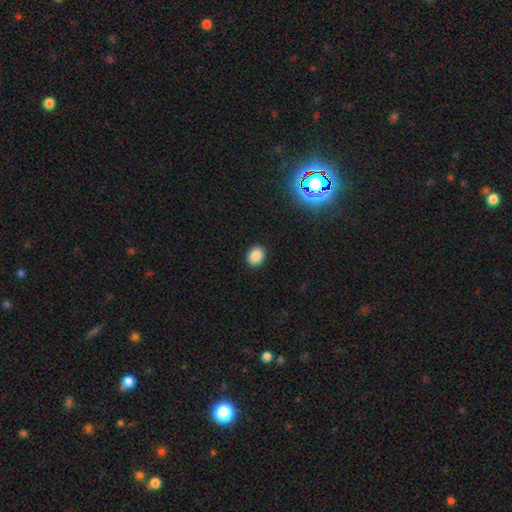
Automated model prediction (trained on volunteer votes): A smooth galaxy with no disk features (87%) that is in between round and cigar-shaped (55%).

Vote fractions:
- Smooth or featured? smooth: 87% / star or artifact: 10% / featured or disk: 3%
- How rounded? in between: 55% / round: 44% / cigar-shaped: 1%
- Merging? none: 90% / minor disturbance: 7% / major disturbance: 2% / merger: 1%